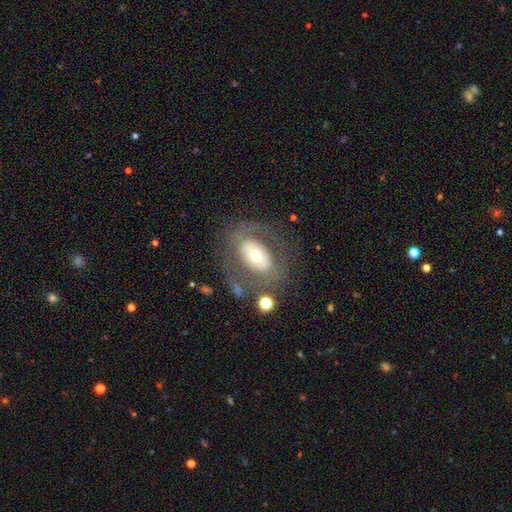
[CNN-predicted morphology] Smooth or featured: featured or disk — 55% (smooth — 37%)
Edge-on disk: no — 92% (yes — 8%)
Bar: no — 73% (weak — 15%)
Spiral arms: no — 76% (yes — 24%)
Bulge size: moderate — 58% (small — 30%)
Merging: none — 65% (major disturbance — 17%)